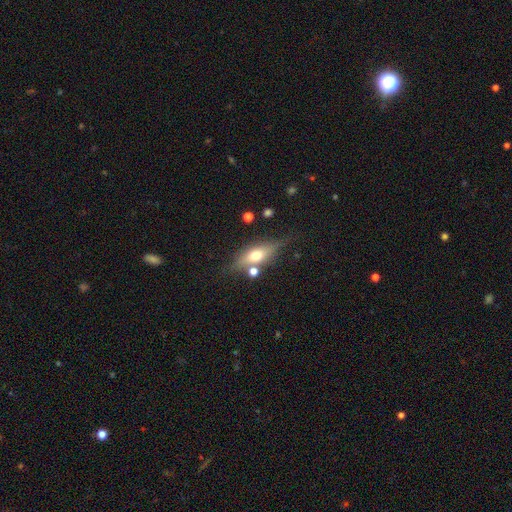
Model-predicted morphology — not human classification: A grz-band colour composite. It shows a featured or disk galaxy (47%). Merging: none (68%).